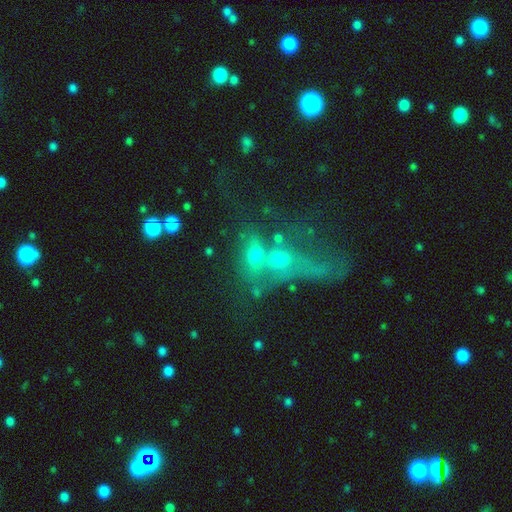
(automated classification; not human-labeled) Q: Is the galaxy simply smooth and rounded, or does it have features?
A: smooth — 49%.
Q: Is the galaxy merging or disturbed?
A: merger — 54%.